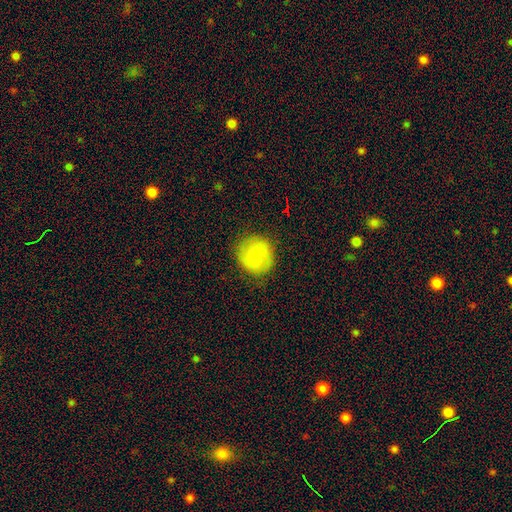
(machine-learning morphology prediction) A smooth galaxy with no disk features (64%) that is round (90%). Merging: none (81%).